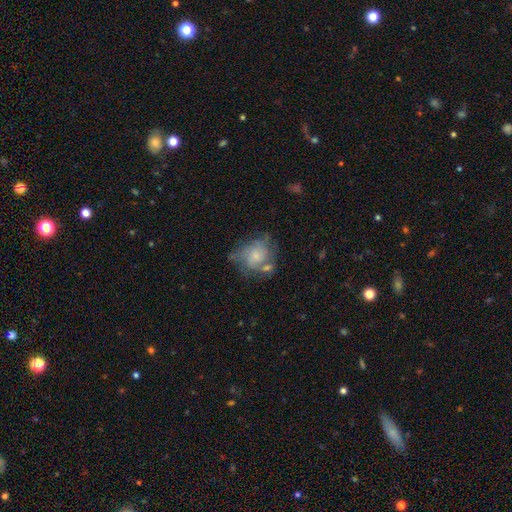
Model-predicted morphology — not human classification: type=featured or disk (50%); merging=none (43%).